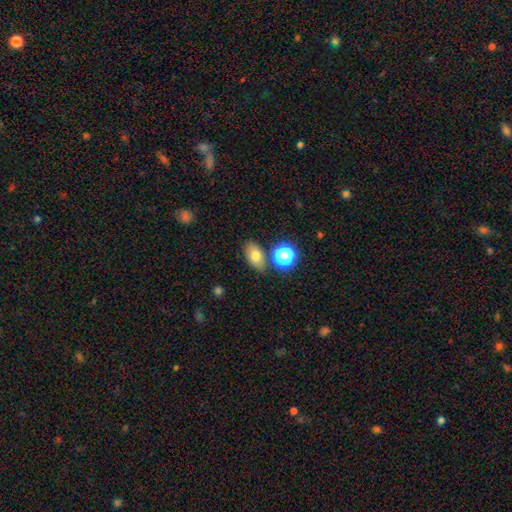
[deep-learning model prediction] Overall: smooth (75%). How rounded: in between (81%). Merging: none (75%).